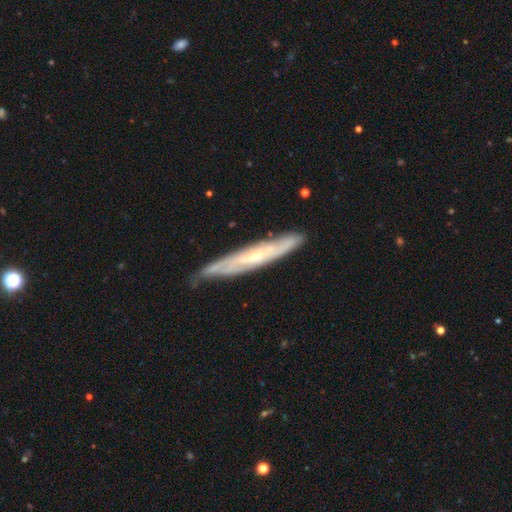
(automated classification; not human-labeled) Smooth or featured? featured or disk (72%)
Edge-on disk? yes (60%)
Merging? none (73%)